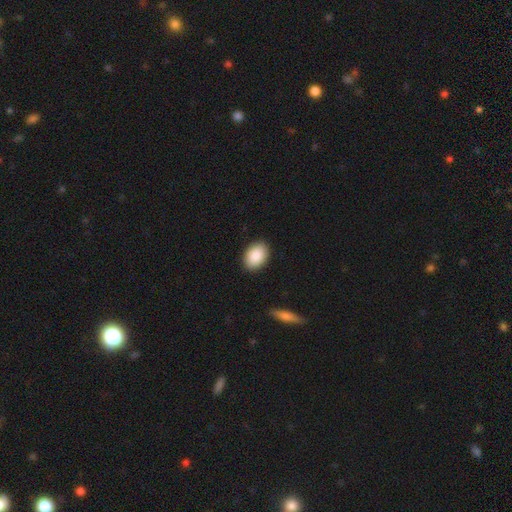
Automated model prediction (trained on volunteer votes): smooth 89%, star or artifact 6%, featured or disk 5%. Down the decision tree: how rounded — in between (84%); merging — none (90%).